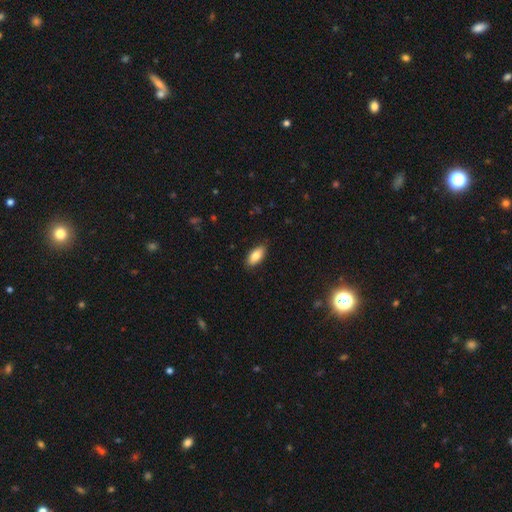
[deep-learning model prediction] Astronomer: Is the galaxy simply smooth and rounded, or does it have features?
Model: smooth — 83%.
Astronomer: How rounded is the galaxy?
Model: in between — 88%.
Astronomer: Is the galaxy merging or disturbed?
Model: none — 86%.